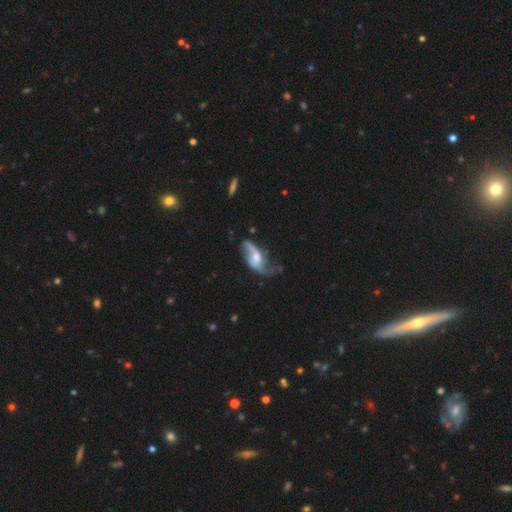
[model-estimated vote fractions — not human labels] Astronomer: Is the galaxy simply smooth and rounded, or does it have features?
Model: featured or disk — 77%.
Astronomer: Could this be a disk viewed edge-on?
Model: no — 92%.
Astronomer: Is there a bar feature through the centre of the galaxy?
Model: no — 47% (runner-up: weak, 39%).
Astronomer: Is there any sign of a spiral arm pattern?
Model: yes — 90%.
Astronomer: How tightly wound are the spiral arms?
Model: loose — 78%.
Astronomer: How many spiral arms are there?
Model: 2 — 84%.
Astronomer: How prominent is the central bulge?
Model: moderate — 52% (runner-up: small, 30%).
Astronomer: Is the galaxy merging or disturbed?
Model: none — 47% (runner-up: minor disturbance, 26%).